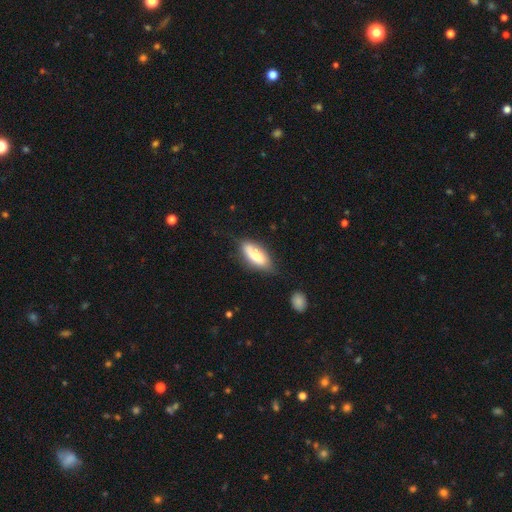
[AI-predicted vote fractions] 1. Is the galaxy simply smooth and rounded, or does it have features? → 70% smooth, 23% featured or disk, 7% star or artifact.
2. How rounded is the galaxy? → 80% in between, 18% cigar-shaped, 2% round.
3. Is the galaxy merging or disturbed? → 61% none, 28% minor disturbance, 7% major disturbance, 4% merger.